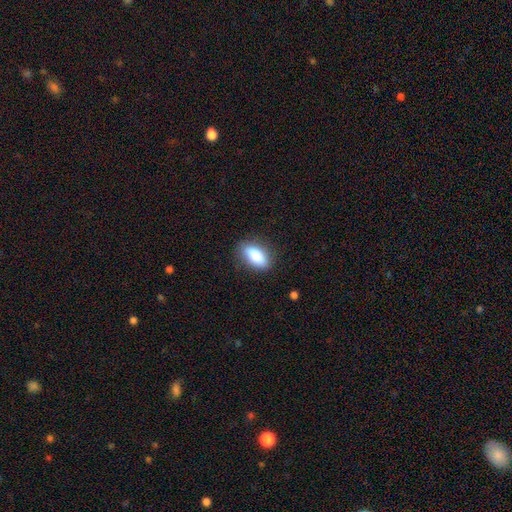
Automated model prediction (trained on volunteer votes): smooth-or-featured: smooth: 86% | featured or disk: 7% | star or artifact: 7%
  how-rounded: in between: 87% | cigar-shaped: 8% | round: 5%
  merging: none: 81% | minor disturbance: 14% | major disturbance: 4% | merger: 1%